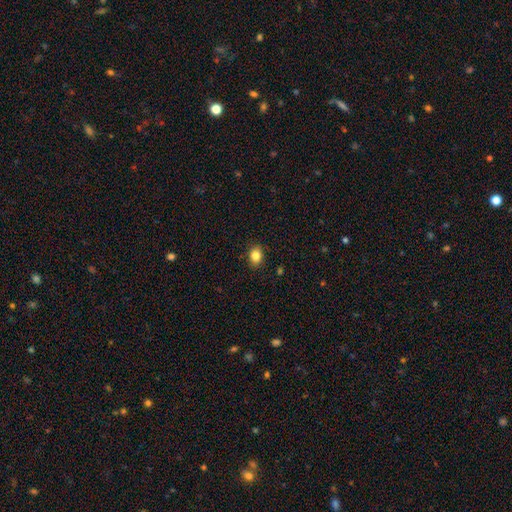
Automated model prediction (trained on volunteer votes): smooth-or-featured: smooth: 84% | star or artifact: 10% | featured or disk: 6%
  how-rounded: in between: 61% | round: 38% | cigar-shaped: 1%
  merging: none: 88% | minor disturbance: 9% | major disturbance: 2% | merger: 1%